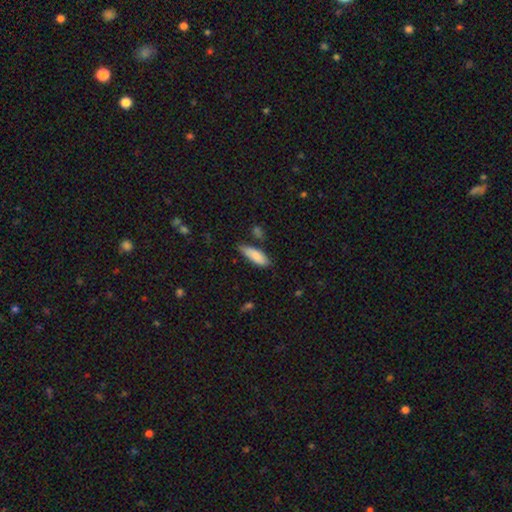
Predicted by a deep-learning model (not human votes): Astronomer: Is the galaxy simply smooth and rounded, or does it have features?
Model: smooth — 85%.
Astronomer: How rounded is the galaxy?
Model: in between — 59% (runner-up: cigar-shaped, 39%).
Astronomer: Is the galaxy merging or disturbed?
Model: none — 60%.